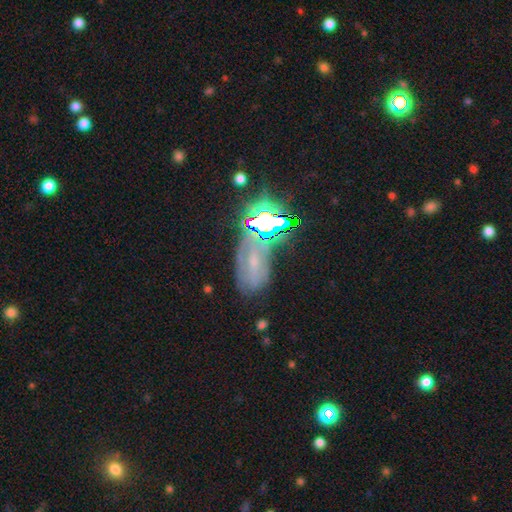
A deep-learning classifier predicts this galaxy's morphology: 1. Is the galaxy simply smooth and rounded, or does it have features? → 50% star or artifact, 33% featured or disk, 17% smooth.